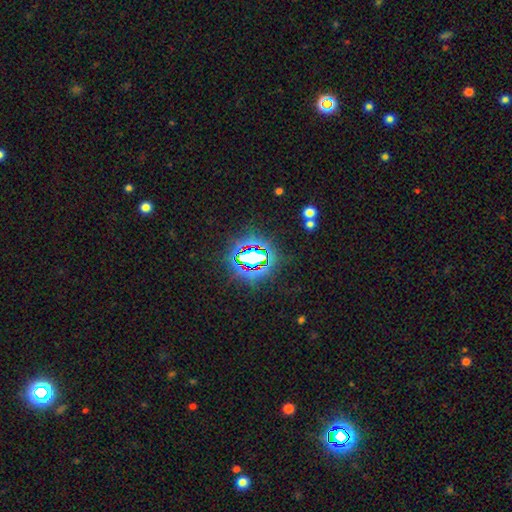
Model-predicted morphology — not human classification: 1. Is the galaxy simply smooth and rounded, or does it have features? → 74% star or artifact, 15% smooth, 11% featured or disk.